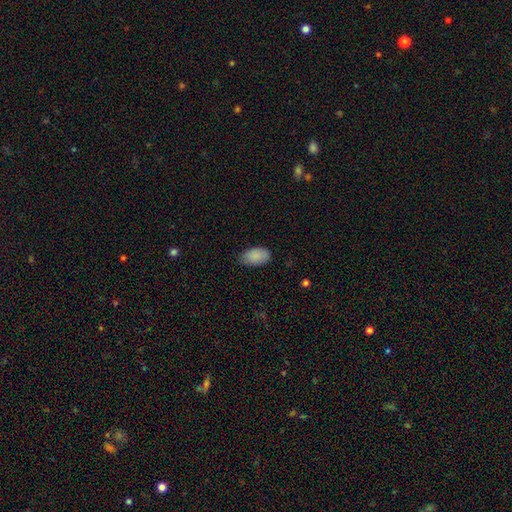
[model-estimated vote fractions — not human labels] Smooth or featured?
  - smooth: 89% *
  - star or artifact: 6%
  - featured or disk: 5%
How rounded?
  - in between: 94% *
  - round: 4%
  - cigar-shaped: 1%
Merging?
  - none: 76% *
  - minor disturbance: 20%
  - major disturbance: 3%
  - merger: 1%